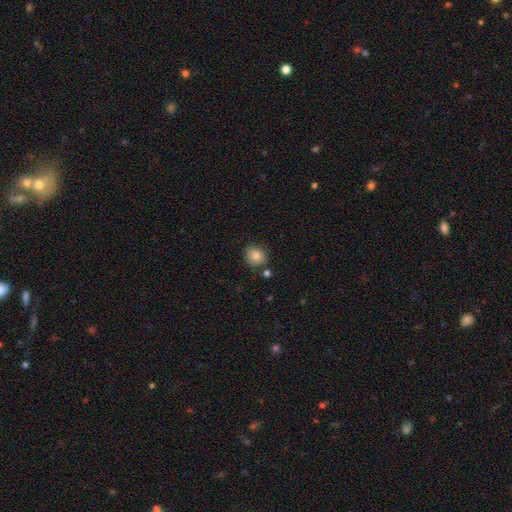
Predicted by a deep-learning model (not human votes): This is clearly a smooth galaxy (83%). How rounded: clearly round (82%). Merging: clearly none (82%).